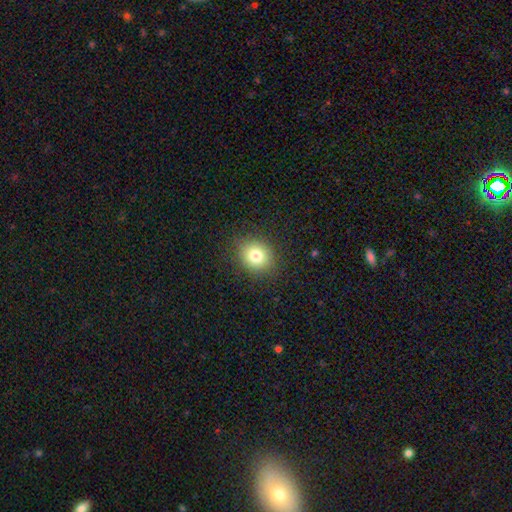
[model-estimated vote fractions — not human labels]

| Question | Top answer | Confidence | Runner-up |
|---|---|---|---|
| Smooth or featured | smooth | 79% | star or artifact (12%) |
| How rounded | round | 78% | in between (21%) |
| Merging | none | 87% | minor disturbance (9%) |